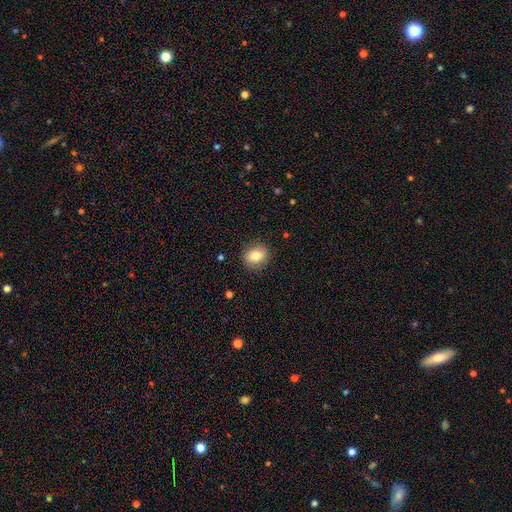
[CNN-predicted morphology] The model was most divided on "how rounded": round: 62%, in between: 37%, cigar-shaped: 1%. More confident: merging — none (88%); smooth or featured — smooth (79%).